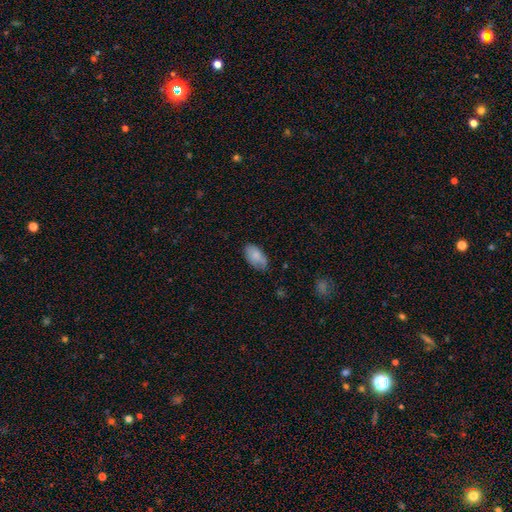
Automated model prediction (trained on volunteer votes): smooth 82%, featured or disk 11%, star or artifact 7%. Down the decision tree: how rounded — in between (94%); merging — none (70%).